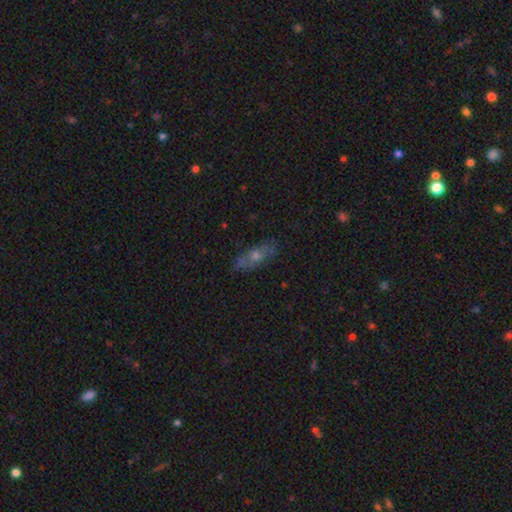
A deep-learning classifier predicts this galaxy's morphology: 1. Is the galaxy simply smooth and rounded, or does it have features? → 44% featured or disk, 43% smooth, 13% star or artifact.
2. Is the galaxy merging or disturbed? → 79% none, 15% minor disturbance, 4% major disturbance, 2% merger.